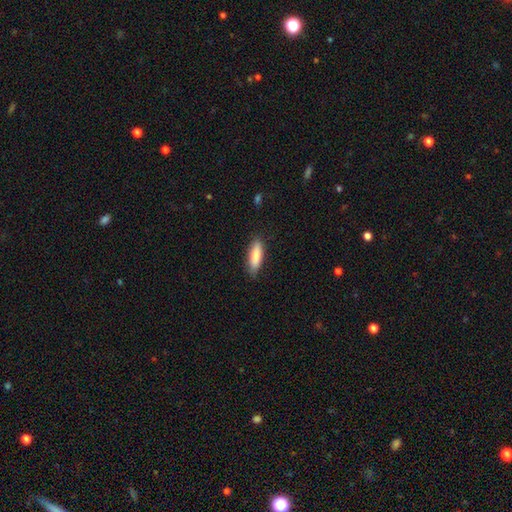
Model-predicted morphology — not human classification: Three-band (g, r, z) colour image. It shows a smooth galaxy with no disk features (85%) that is in between round and cigar-shaped (49%, tied with cigar-shaped). Merging: none (85%).